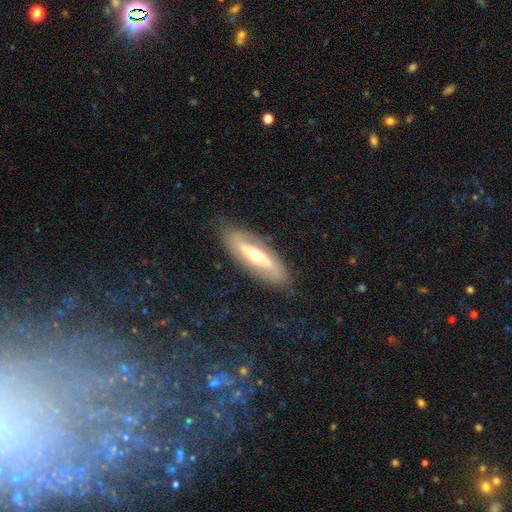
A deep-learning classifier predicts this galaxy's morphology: This is likely a featured or disk galaxy (64%). It is likely not viewed edge-on (70%). Merging: clearly none (81%).